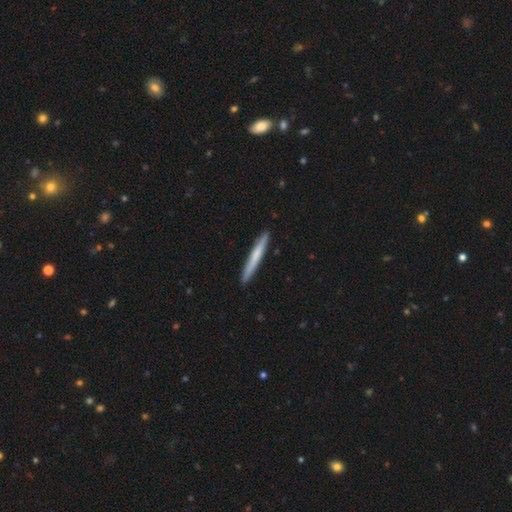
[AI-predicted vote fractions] Smooth or featured? Predicted: smooth (p=0.58). How rounded? Predicted: cigar-shaped (p=0.97). Merging? Predicted: none (p=0.92).